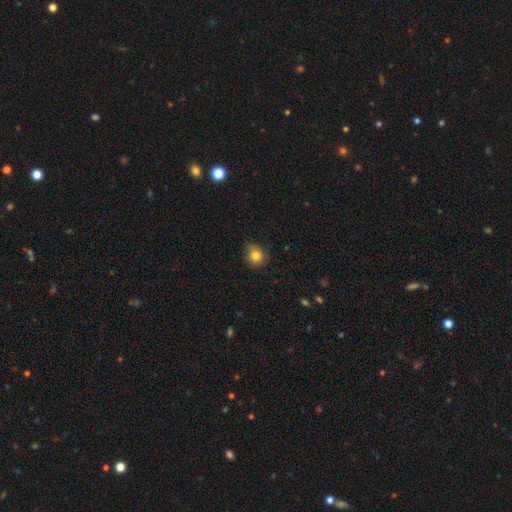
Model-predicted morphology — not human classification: This is clearly a smooth galaxy (81%). How rounded: likely round (77%). Merging: likely none (77%).